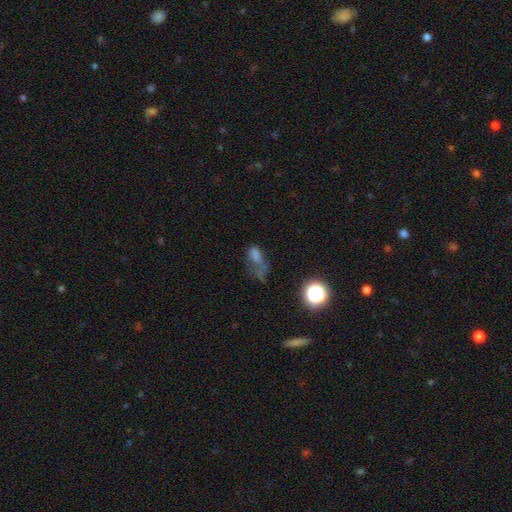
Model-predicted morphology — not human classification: Smooth or featured? smooth (49%)
Merging? major disturbance (38%)